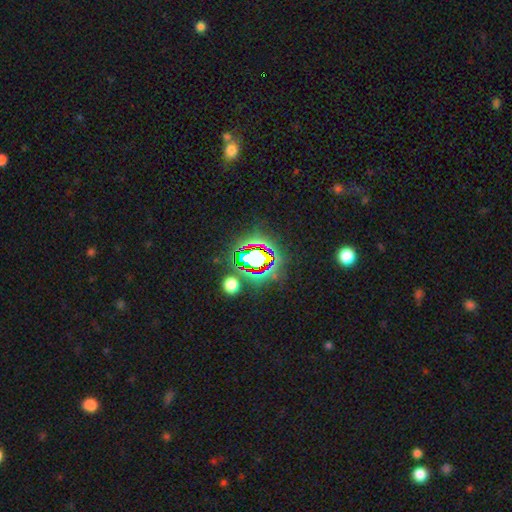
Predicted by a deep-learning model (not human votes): Smooth or featured? Predicted: star or artifact (p=0.69).